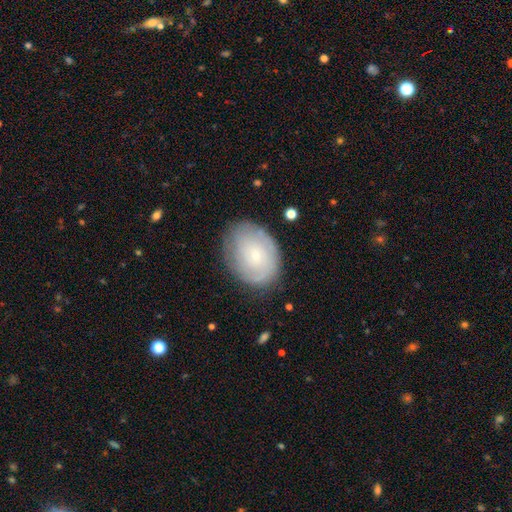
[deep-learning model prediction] This is possibly a featured or disk galaxy (48%). Merging: likely none (73%).